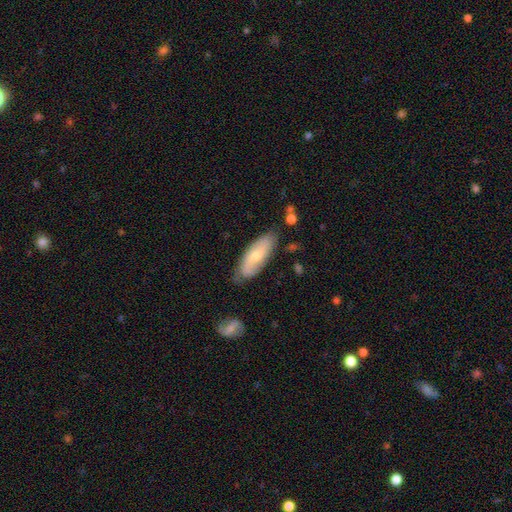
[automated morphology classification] Smooth or featured? smooth (52%)
How rounded? in between (67%)
Merging? none (72%)